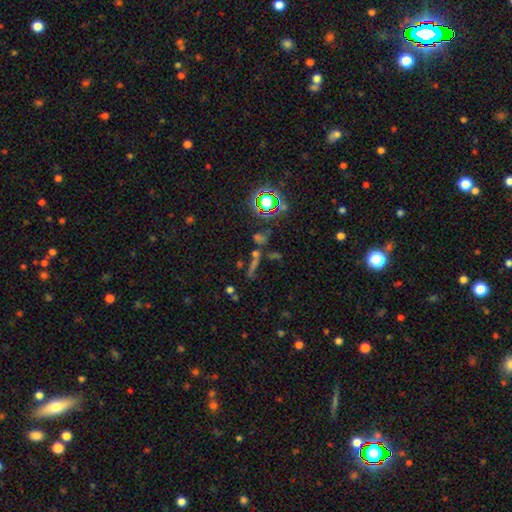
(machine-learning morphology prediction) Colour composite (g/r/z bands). It shows a star or artifact, not a galaxy (55%).